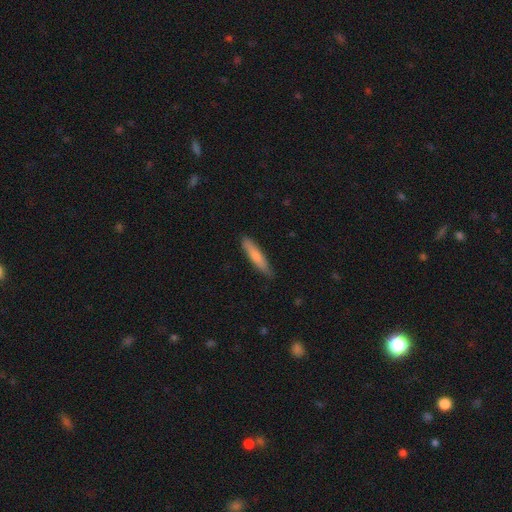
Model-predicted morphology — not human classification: Smooth or featured? Predicted: smooth (p=0.76). How rounded? Predicted: cigar-shaped (p=0.87). Merging? Predicted: none (p=0.82).